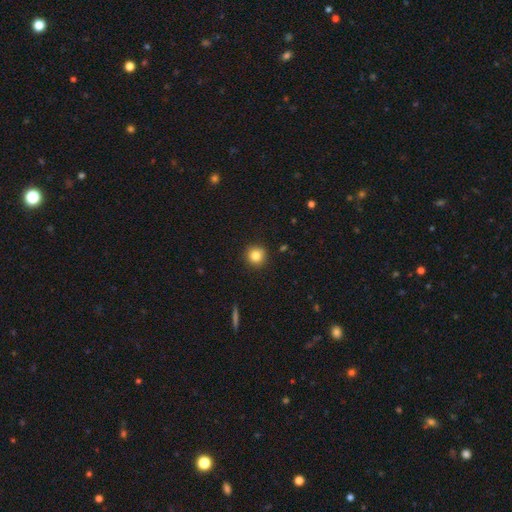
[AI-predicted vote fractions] Morphology: type=smooth (83%); roundness=round (94%); merging=none (90%).